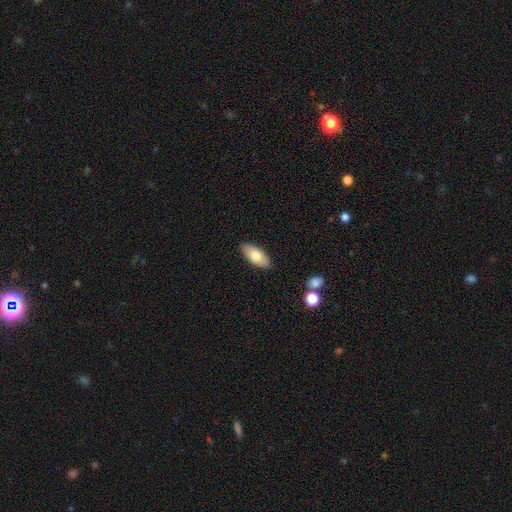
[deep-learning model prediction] A smooth galaxy with no disk features (74%) that is in between round and cigar-shaped (91%). Merging: none (87%).